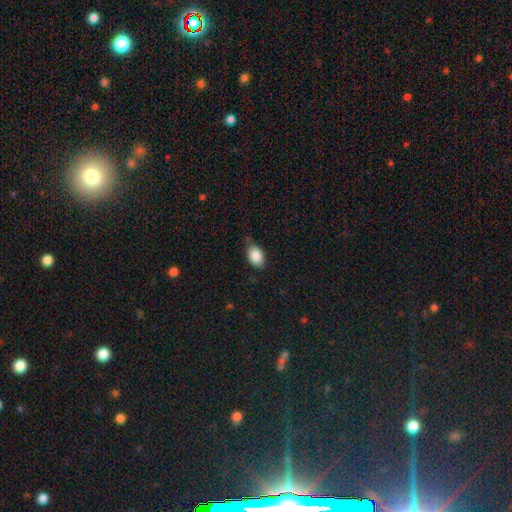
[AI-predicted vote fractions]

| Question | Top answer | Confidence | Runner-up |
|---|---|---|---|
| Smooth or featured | smooth | 87% | star or artifact (7%) |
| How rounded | in between | 88% | round (11%) |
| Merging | none | 75% | minor disturbance (20%) |